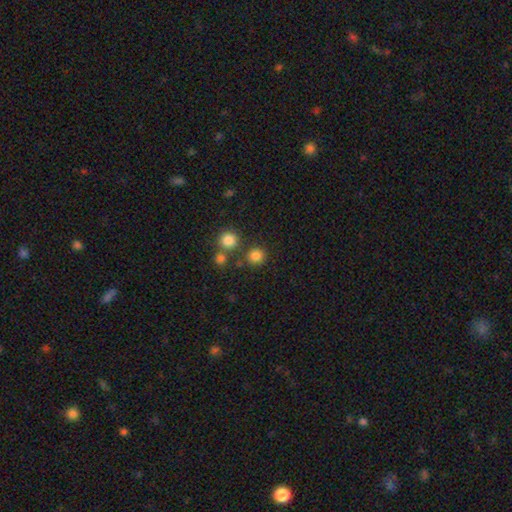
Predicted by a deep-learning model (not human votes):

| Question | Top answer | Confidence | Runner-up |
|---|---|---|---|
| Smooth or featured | smooth | 82% | star or artifact (13%) |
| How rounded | round | 90% | in between (9%) |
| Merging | none | 79% | merger (10%) |